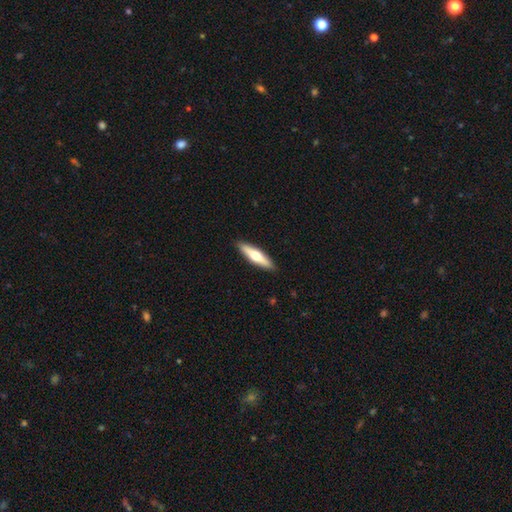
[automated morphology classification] A smooth galaxy with no disk features (48%). Merging: none (90%).